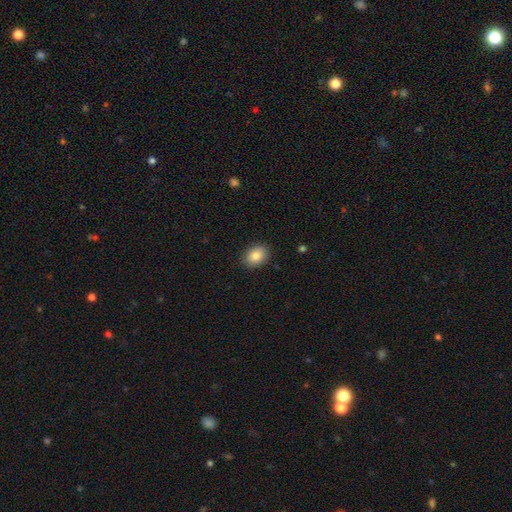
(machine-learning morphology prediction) Smooth or featured: smooth — 86% (star or artifact — 8%)
How rounded: in between — 71% (round — 28%)
Merging: none — 88% (minor disturbance — 8%)